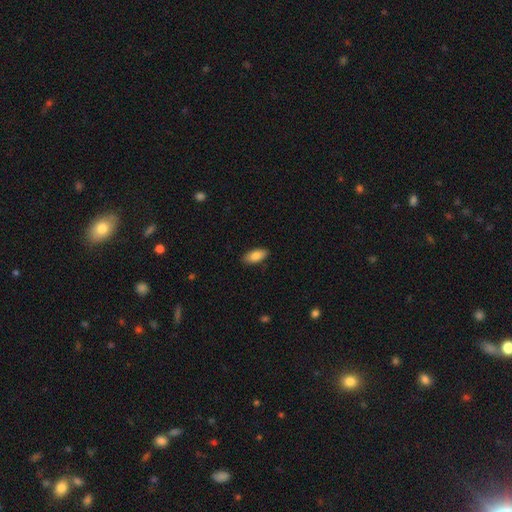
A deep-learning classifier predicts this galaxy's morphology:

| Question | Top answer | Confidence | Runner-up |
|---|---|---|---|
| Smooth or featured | smooth | 84% | featured or disk (10%) |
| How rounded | in between | 89% | cigar-shaped (9%) |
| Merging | none | 88% | minor disturbance (9%) |